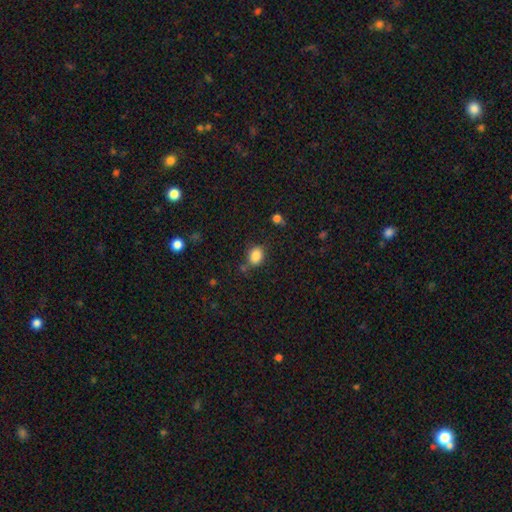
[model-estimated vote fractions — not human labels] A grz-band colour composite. It shows a smooth galaxy with no disk features (85%) that is in between round and cigar-shaped (54%). Merging: none (73%).